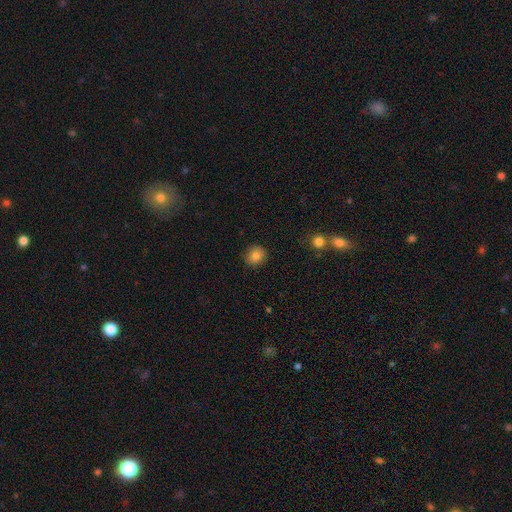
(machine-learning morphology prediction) A smooth galaxy with no disk features (81%) that is round (87%).

Vote fractions:
- Smooth or featured? smooth: 81% / star or artifact: 11% / featured or disk: 8%
- How rounded? round: 87% / in between: 12% / cigar-shaped: 1%
- Merging? none: 90% / minor disturbance: 7% / major disturbance: 2% / merger: 1%